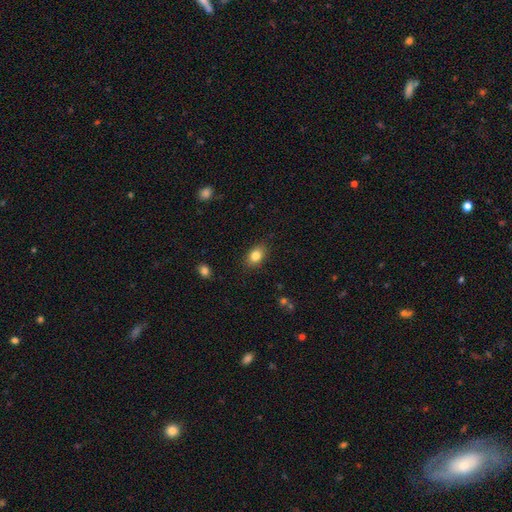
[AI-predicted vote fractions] The model was most divided on "how rounded": in between: 81%, round: 18%, cigar-shaped: 2%. More confident: merging — none (85%); smooth or featured — smooth (84%).